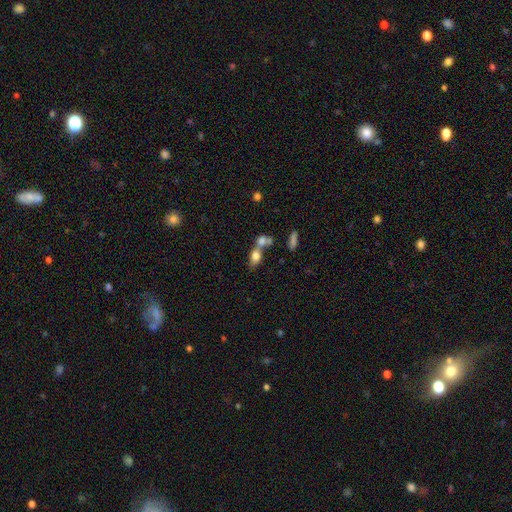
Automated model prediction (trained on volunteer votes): This appears to be a smooth galaxy with no disk features (74%) that is in between round and cigar-shaped (73%). Merging: merger (56%).